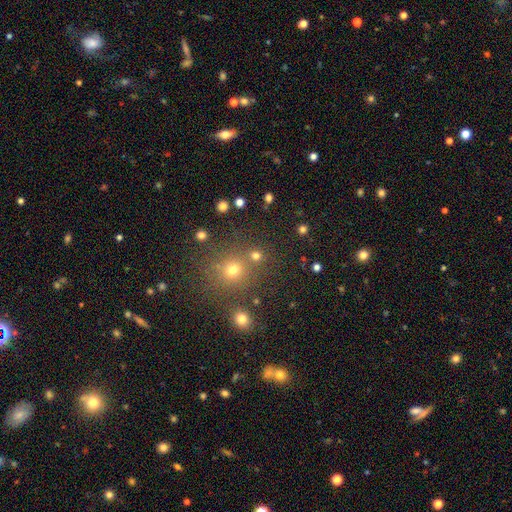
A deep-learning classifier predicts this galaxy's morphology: smooth-or-featured: smooth: 72% | star or artifact: 22% | featured or disk: 6%
  how-rounded: round: 89% | in between: 10% | cigar-shaped: 1%
  merging: none: 73% | merger: 16% | minor disturbance: 7% | major disturbance: 4%